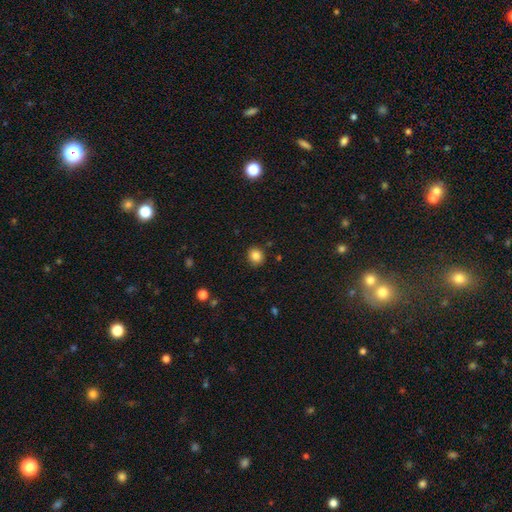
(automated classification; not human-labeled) The model was most divided on "how rounded": round: 83%, in between: 16%, cigar-shaped: 1%. More confident: merging — none (88%); smooth or featured — smooth (84%).